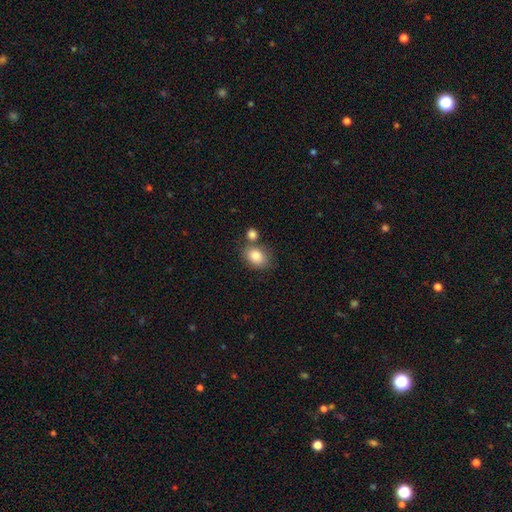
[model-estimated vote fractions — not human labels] smooth-or-featured: smooth: 83% | featured or disk: 9% | star or artifact: 8%
  how-rounded: in between: 68% | round: 30% | cigar-shaped: 1%
  merging: none: 59% | merger: 23% | minor disturbance: 14% | major disturbance: 4%